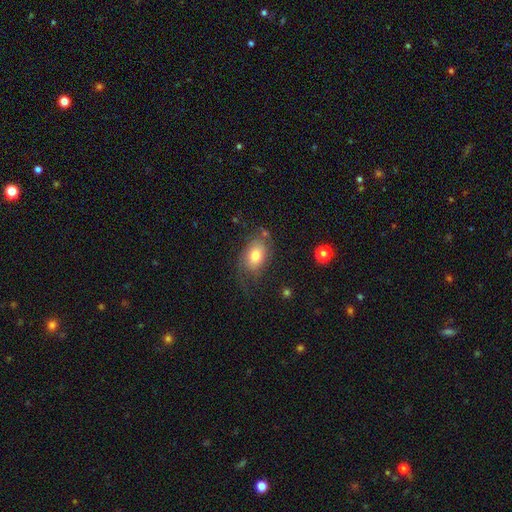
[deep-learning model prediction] This is possibly a smooth galaxy (55%). How rounded: clearly in between (83%). Merging: possibly none (55%).